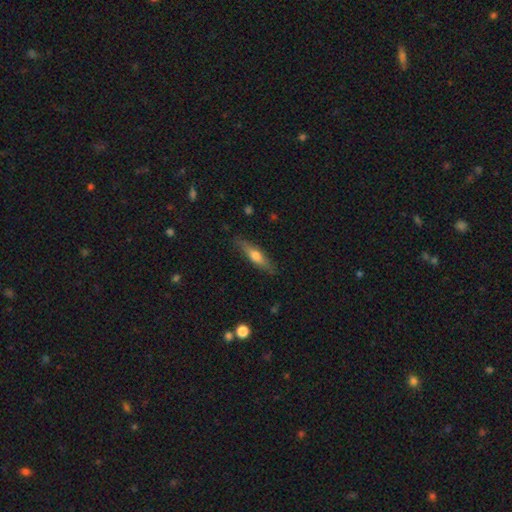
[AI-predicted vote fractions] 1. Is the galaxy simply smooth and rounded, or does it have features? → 50% smooth, 44% featured or disk, 6% star or artifact.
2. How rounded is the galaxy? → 76% cigar-shaped, 22% in between, 2% round.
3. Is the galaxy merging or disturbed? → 85% none, 11% minor disturbance, 2% major disturbance, 1% merger.